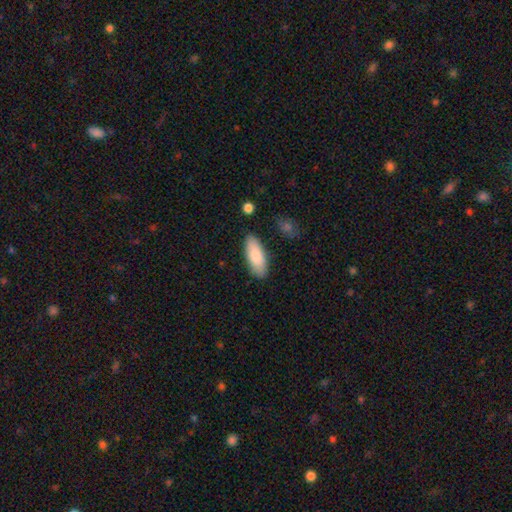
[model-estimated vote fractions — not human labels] smooth_or_featured: smooth (p=0.86) [alt: featured or disk p=0.08]
how_rounded: in between (p=0.78) [alt: cigar-shaped p=0.20]
merging: none (p=0.85) [alt: minor disturbance p=0.11]